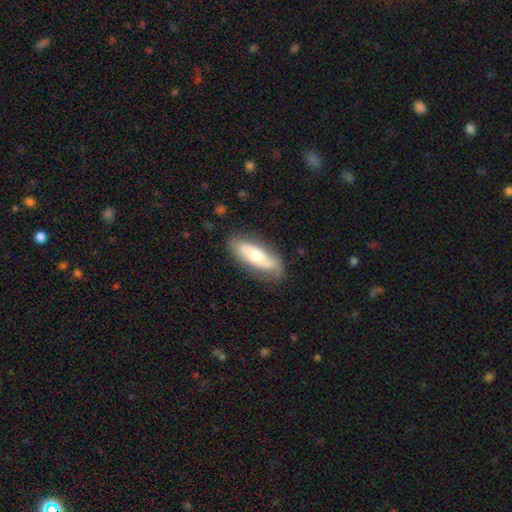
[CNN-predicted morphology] A smooth galaxy with no disk features (58%) that is in between round and cigar-shaped (59%). Merging: none (82%).